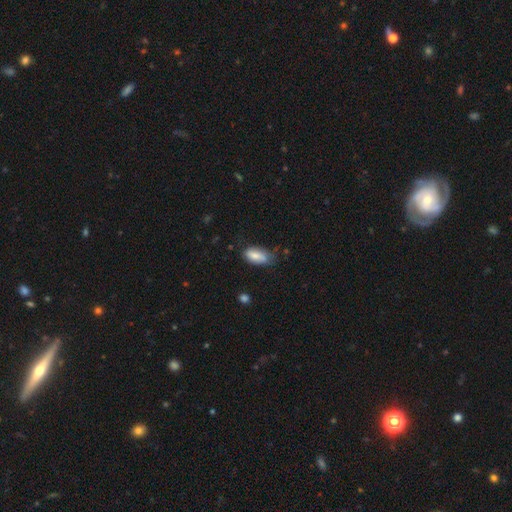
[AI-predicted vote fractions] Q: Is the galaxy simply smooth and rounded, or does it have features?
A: smooth — 79%.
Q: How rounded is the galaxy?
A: in between — 88%.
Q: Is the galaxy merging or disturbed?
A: none — 58%.